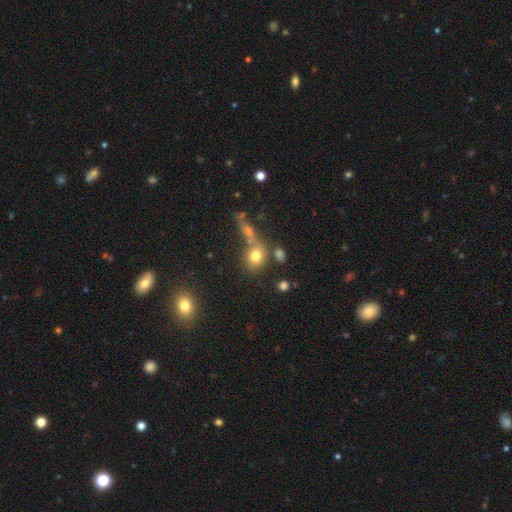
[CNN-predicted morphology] Q: Smooth or featured?
A: smooth (76%); runner-up: star or artifact (12%)
Q: How rounded?
A: round (61%); runner-up: in between (37%)
Q: Merging?
A: none (57%); runner-up: merger (25%)